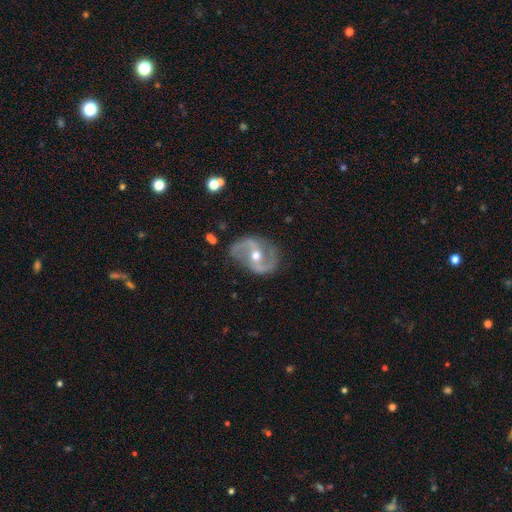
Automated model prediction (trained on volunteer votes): Smooth or featured? Predicted: featured or disk (p=0.90). Edge-on disk? Predicted: no (p=0.97). Bar? Predicted: weak (p=0.39). Spiral arms? Predicted: yes (p=0.95). Spiral winding? Predicted: medium (p=0.47). Spiral arm count? Predicted: 2 (p=0.94). Bulge size? Predicted: moderate (p=0.69). Merging? Predicted: none (p=0.82).